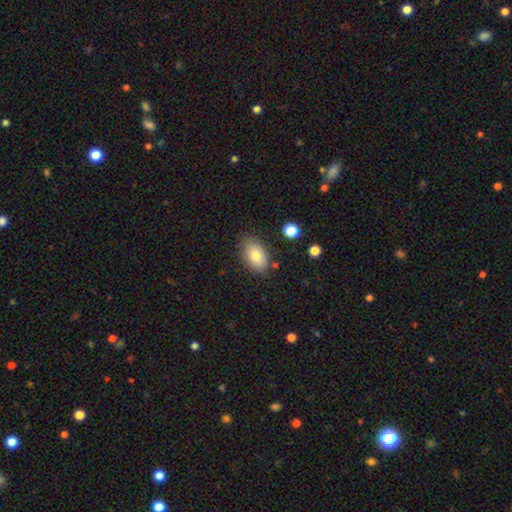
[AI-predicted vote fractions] Smooth or featured? smooth (80%)
How rounded? in between (91%)
Merging? none (80%)